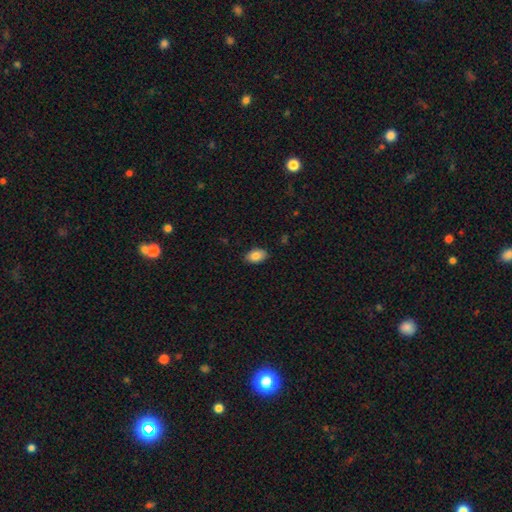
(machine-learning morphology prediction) This is clearly a smooth galaxy (84%). How rounded: clearly in between (91%). Merging: clearly none (86%).